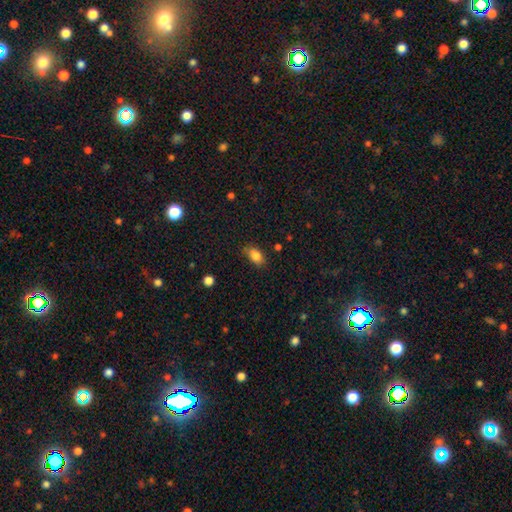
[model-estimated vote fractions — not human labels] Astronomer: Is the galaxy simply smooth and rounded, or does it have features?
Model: smooth — 84%.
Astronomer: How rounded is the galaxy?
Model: in between — 85%.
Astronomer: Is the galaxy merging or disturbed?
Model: none — 68%.